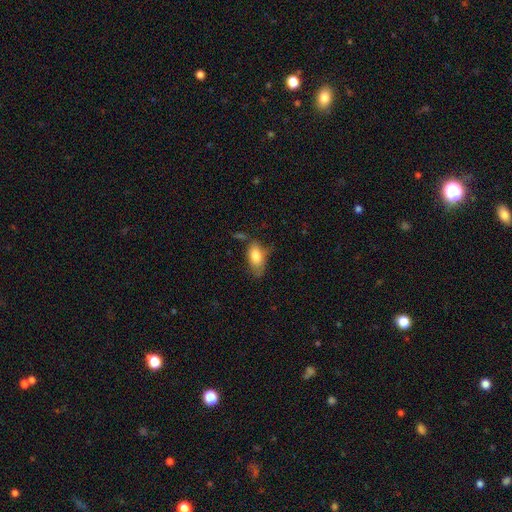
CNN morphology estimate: Smooth or featured: smooth — 80% (featured or disk — 13%)
How rounded: in between — 90% (cigar-shaped — 6%)
Merging: none — 49% (minor disturbance — 32%)